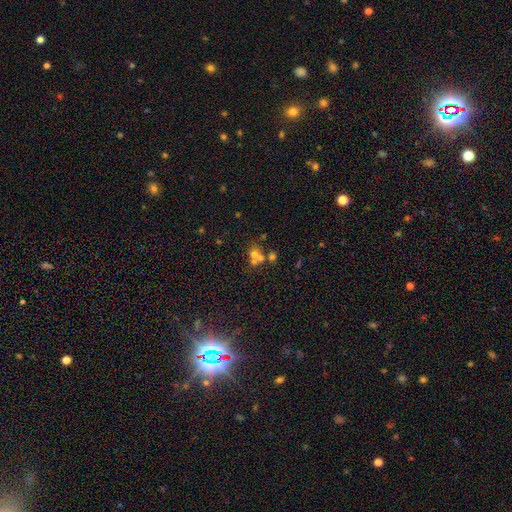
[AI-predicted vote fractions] smooth_or_featured: smooth (p=0.55) [alt: featured or disk p=0.23]
how_rounded: round (p=0.77) [alt: in between p=0.22]
merging: merger (p=0.51) [alt: none p=0.37]